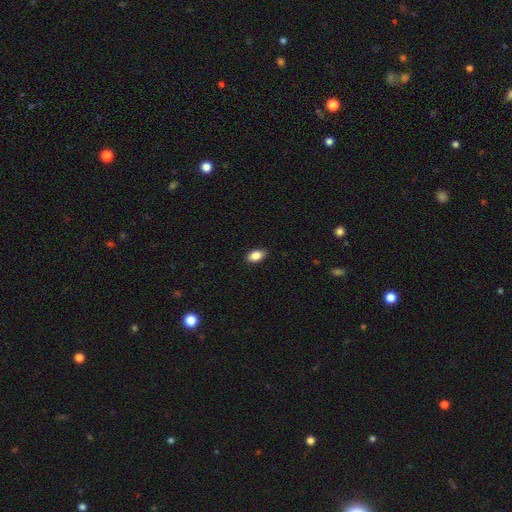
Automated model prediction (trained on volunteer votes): A smooth galaxy with no disk features (86%) that is in between round and cigar-shaped (90%).

Vote fractions:
- Smooth or featured? smooth: 86% / star or artifact: 8% / featured or disk: 6%
- How rounded? in between: 90% / round: 7% / cigar-shaped: 3%
- Merging? none: 88% / minor disturbance: 9% / major disturbance: 2% / merger: 1%